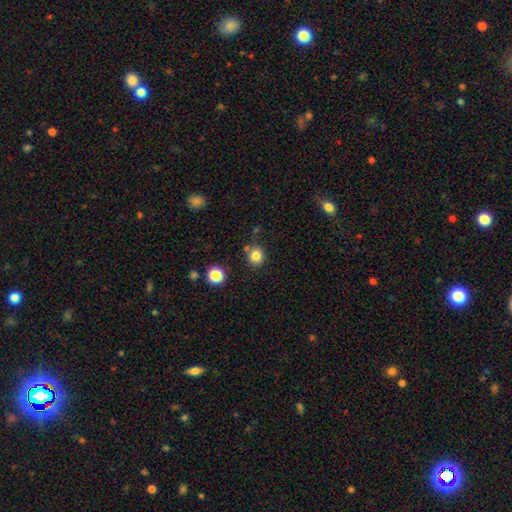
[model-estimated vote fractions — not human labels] Smooth or featured?
  - smooth: 82% *
  - star or artifact: 12%
  - featured or disk: 6%
How rounded?
  - round: 80% *
  - in between: 19%
  - cigar-shaped: 1%
Merging?
  - none: 78% *
  - minor disturbance: 11%
  - merger: 7%
  - major disturbance: 3%